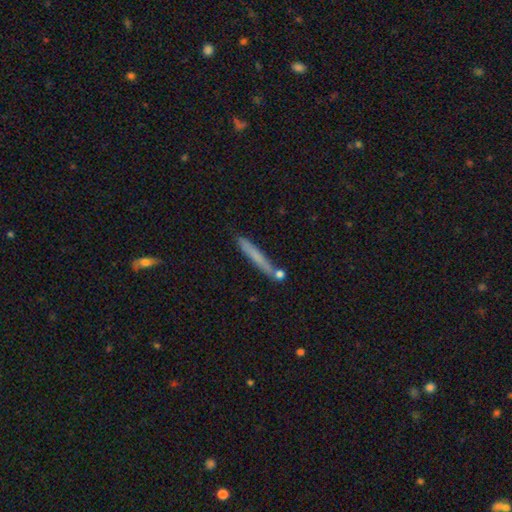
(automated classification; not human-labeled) Q: Smooth or featured?
A: smooth (63%); runner-up: featured or disk (30%)
Q: How rounded?
A: cigar-shaped (96%); runner-up: in between (3%)
Q: Merging?
A: none (79%); runner-up: minor disturbance (12%)